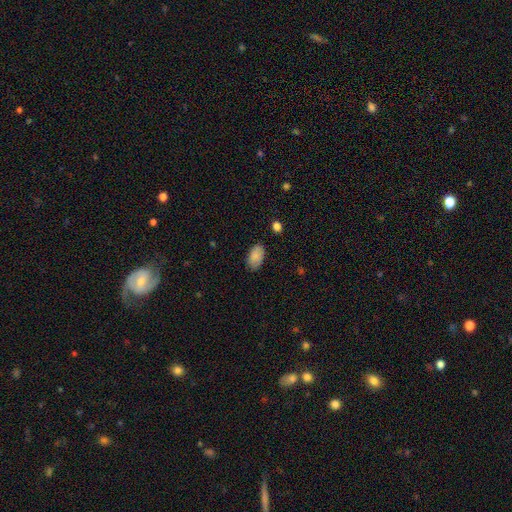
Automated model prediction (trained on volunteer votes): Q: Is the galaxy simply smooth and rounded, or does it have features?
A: smooth — 84%.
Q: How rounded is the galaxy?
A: in between — 93%.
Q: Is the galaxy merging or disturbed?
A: none — 80%.